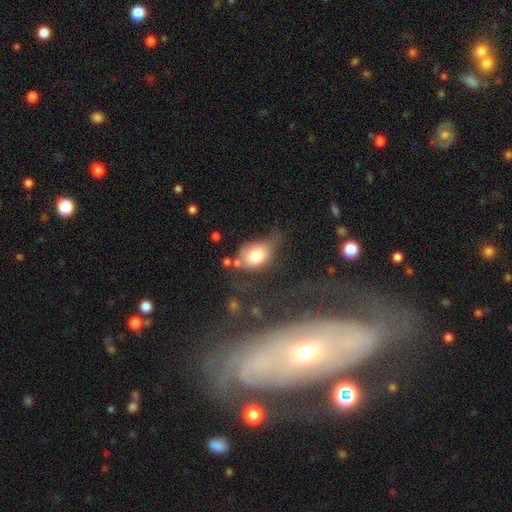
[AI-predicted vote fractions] This is likely a smooth galaxy (73%). How rounded: likely in between (68%). Merging: marginally none (38%).